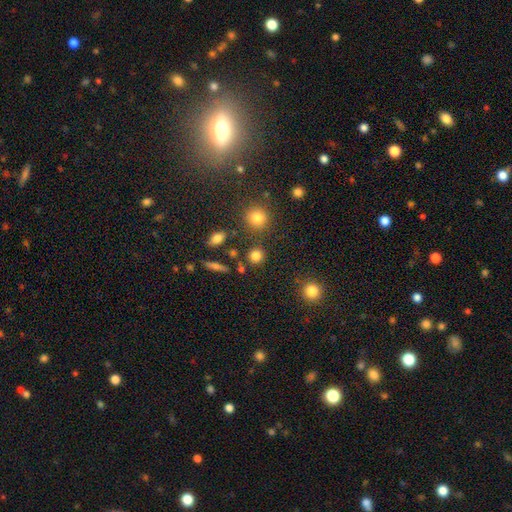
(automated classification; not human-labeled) smooth-or-featured: smooth: 80% | star or artifact: 14% | featured or disk: 6%
  how-rounded: round: 89% | in between: 10% | cigar-shaped: 1%
  merging: none: 82% | minor disturbance: 8% | merger: 7% | major disturbance: 3%